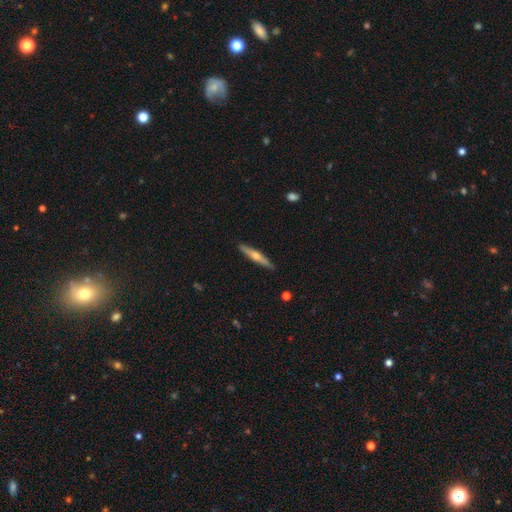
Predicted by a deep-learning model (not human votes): Smooth or featured: featured or disk — 60% (smooth — 34%)
Edge-on disk: yes — 96% (no — 4%)
Edge-on bulge: rounded — 88% (none — 9%)
Merging: none — 90% (minor disturbance — 7%)